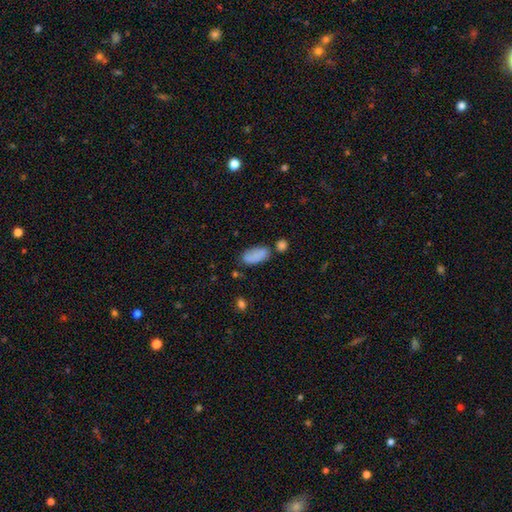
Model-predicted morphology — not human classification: This appears to be a smooth galaxy with no disk features (84%) that is in between round and cigar-shaped (90%). Merging: none (60%).